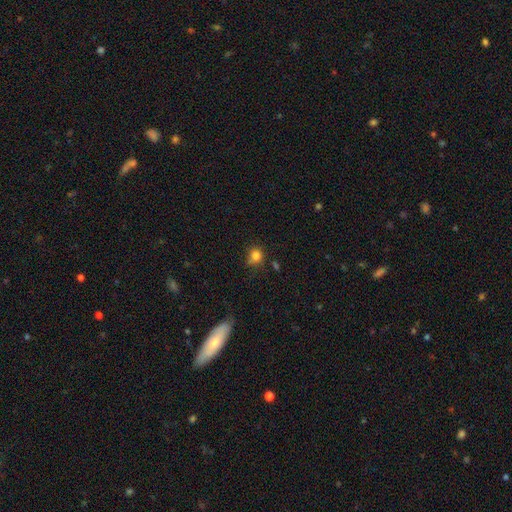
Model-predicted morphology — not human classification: type=smooth (81%); roundness=round (83%); merging=none (68%).